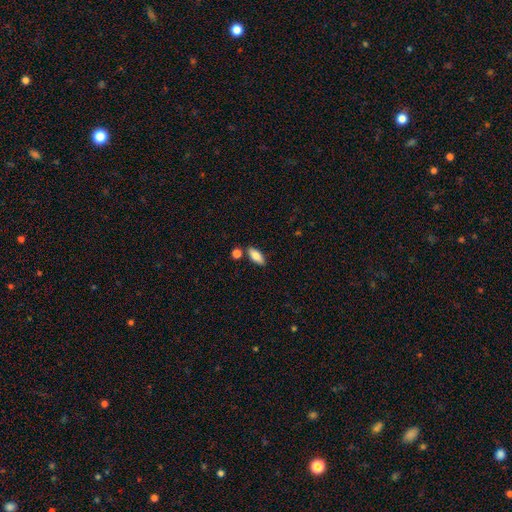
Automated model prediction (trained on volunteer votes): A smooth galaxy with no disk features (79%) that is in between round and cigar-shaped (83%).

Vote fractions:
- Smooth or featured? smooth: 79% / featured or disk: 15% / star or artifact: 7%
- How rounded? in between: 83% / cigar-shaped: 15% / round: 3%
- Merging? none: 81% / minor disturbance: 10% / merger: 7% / major disturbance: 2%